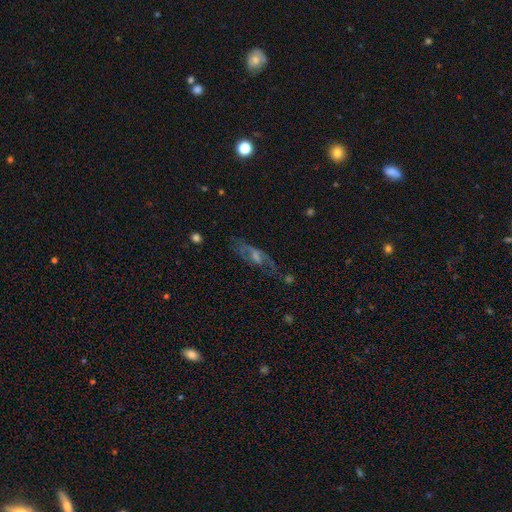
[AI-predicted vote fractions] The model was most divided on "smooth or featured": featured or disk: 60%, smooth: 21%, star or artifact: 19%. More confident: edge-on disk — no (73%); merging — none (65%).